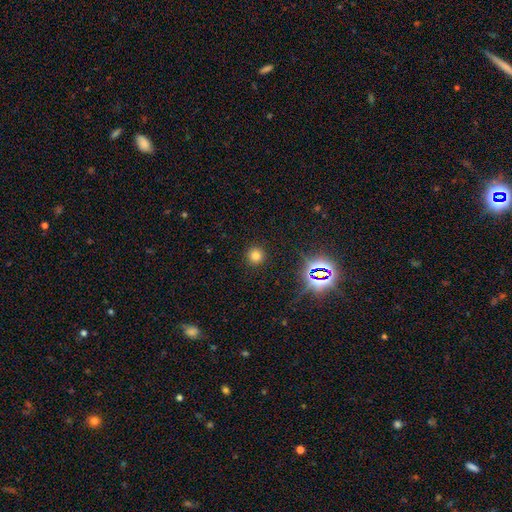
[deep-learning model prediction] smooth 74%, star or artifact 20%, featured or disk 6%. Down the decision tree: how rounded — round (95%); merging — none (91%).